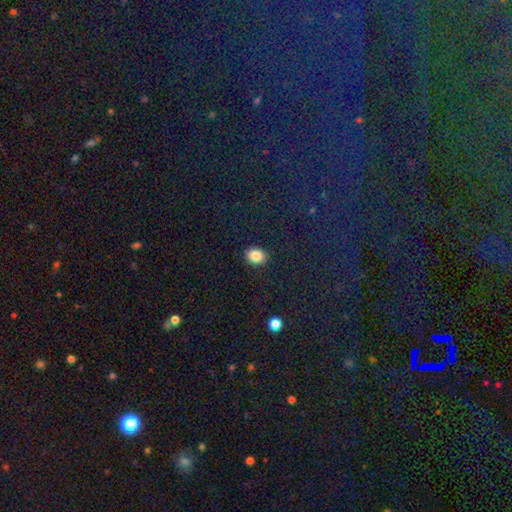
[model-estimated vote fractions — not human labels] This appears to be a smooth galaxy with no disk features (86%) that is in between round and cigar-shaped (51%). Merging: none (89%).